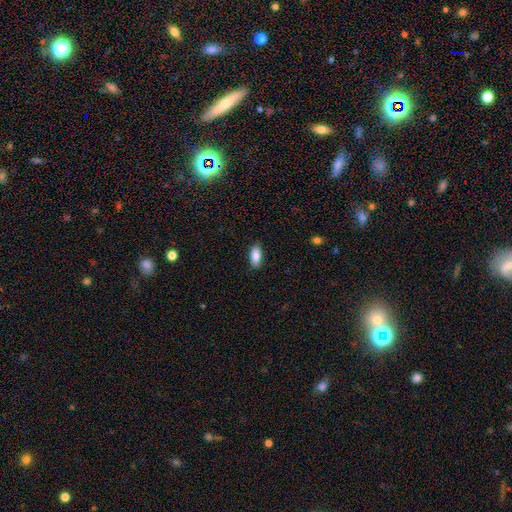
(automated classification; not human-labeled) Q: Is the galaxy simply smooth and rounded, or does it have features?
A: smooth — 86%.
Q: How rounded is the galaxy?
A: in between — 89%.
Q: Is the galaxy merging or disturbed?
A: none — 86%.